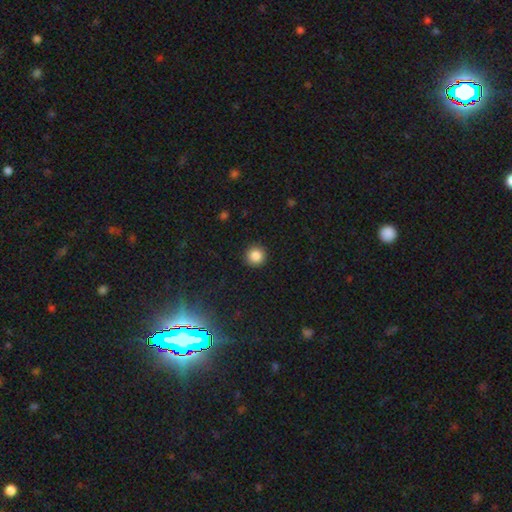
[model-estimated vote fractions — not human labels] Smooth or featured? smooth (86%)
How rounded? round (95%)
Merging? none (92%)